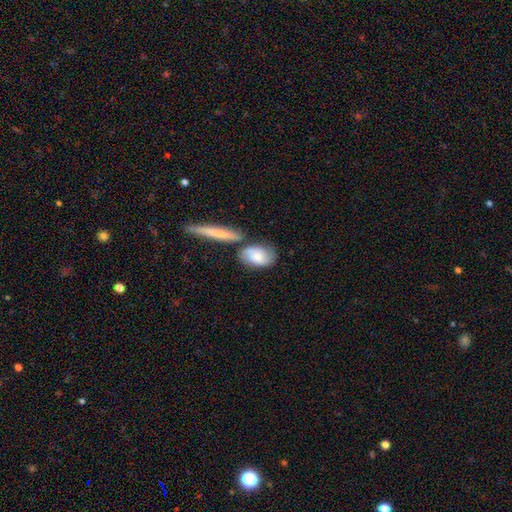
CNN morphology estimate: Q: Smooth or featured?
A: smooth (68%); runner-up: featured or disk (26%)
Q: How rounded?
A: in between (81%); runner-up: round (12%)
Q: Merging?
A: none (52%); runner-up: merger (25%)